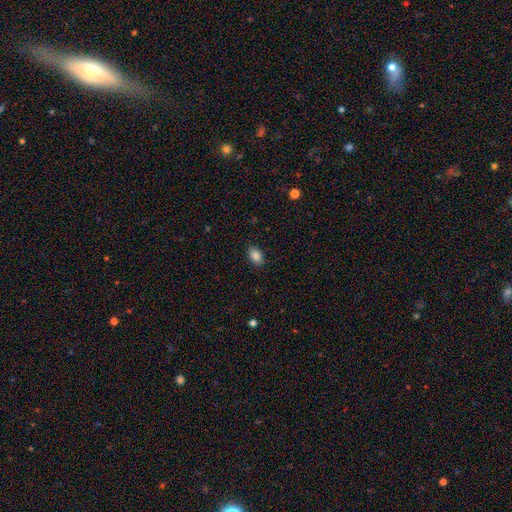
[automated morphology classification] This is clearly a smooth galaxy (87%). How rounded: clearly in between (84%). Merging: clearly none (88%).